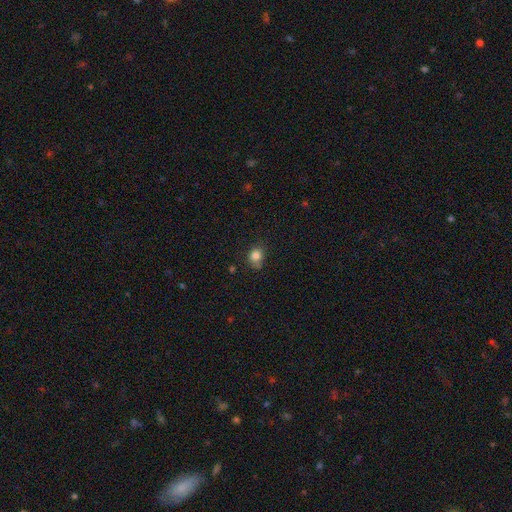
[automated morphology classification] smooth-or-featured: smooth: 82% | star or artifact: 11% | featured or disk: 6%
  how-rounded: round: 68% | in between: 31% | cigar-shaped: 1%
  merging: none: 64% | minor disturbance: 24% | major disturbance: 6% | merger: 6%